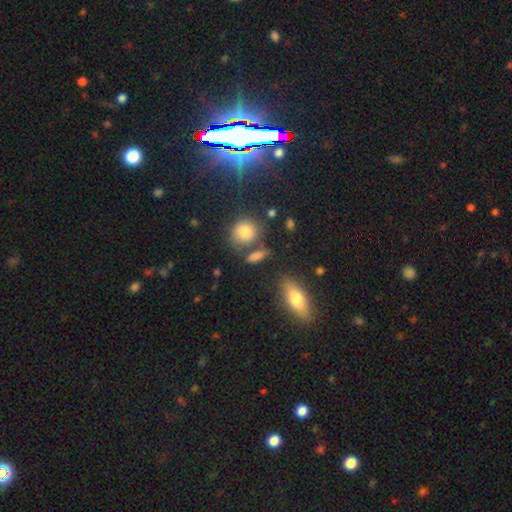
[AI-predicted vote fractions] The model was most divided on "how rounded": in between: 45%, round: 41%, cigar-shaped: 14%. More confident: smooth or featured — smooth (74%); merging — none (68%).